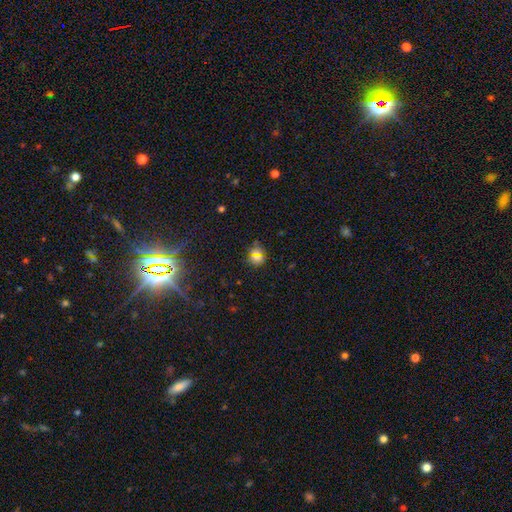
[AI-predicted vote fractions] smooth 52%, star or artifact 40%, featured or disk 8%. Down the decision tree: how rounded — round (84%); merging — none (83%).